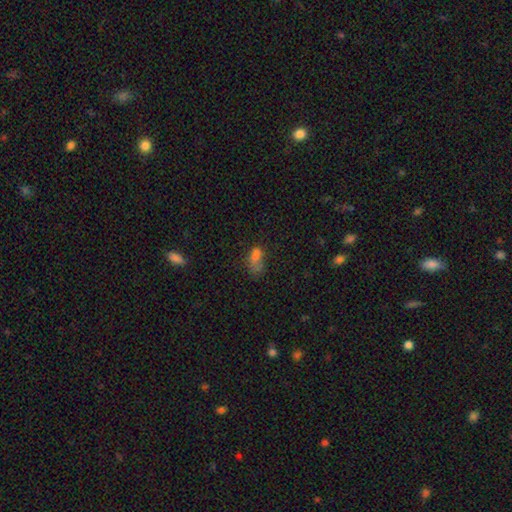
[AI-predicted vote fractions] smooth 67%, star or artifact 17%, featured or disk 16%. Down the decision tree: how rounded — in between (78%); merging — none (28%).